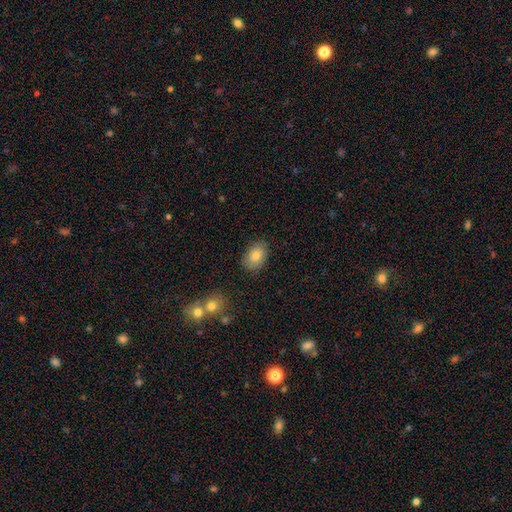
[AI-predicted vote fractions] Smooth or featured? smooth (81%)
How rounded? in between (81%)
Merging? none (84%)